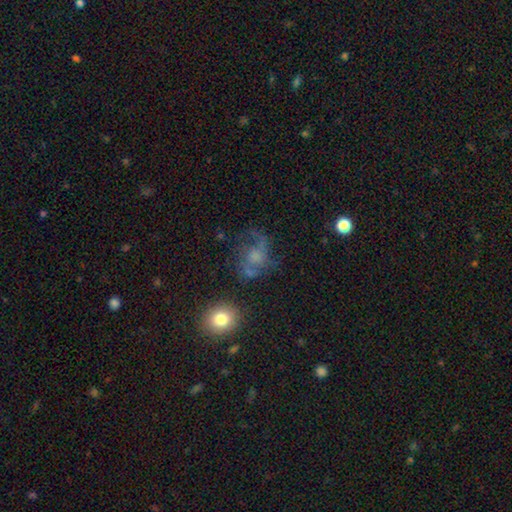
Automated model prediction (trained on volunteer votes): Smooth or featured?
  - featured or disk: 57% *
  - smooth: 29%
  - star or artifact: 14%
Edge-on disk?
  - no: 97% *
  - yes: 3%
Bar?
  - no: 72% *
  - weak: 24%
  - strong: 4%
Spiral arms?
  - yes: 79% *
  - no: 21%
Bulge size?
  - moderate: 31% *
  - none: 29%
  - small: 27%
  - large: 11%
  - dominant: 3%
Merging?
  - none: 47% *
  - major disturbance: 27%
  - minor disturbance: 19%
  - merger: 6%